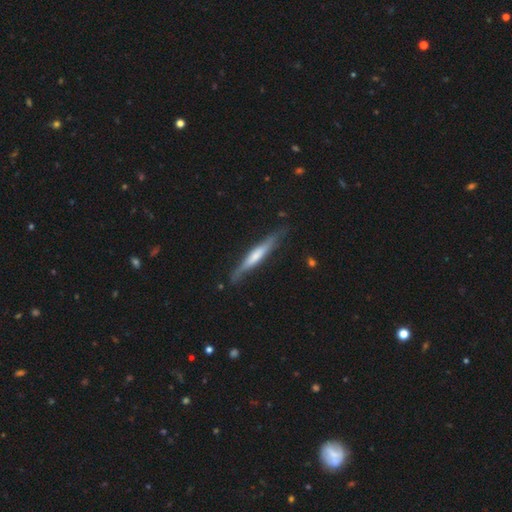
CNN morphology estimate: This appears to be a featured or disk galaxy (51%) viewed edge-on (88%). Merging: none (75%).